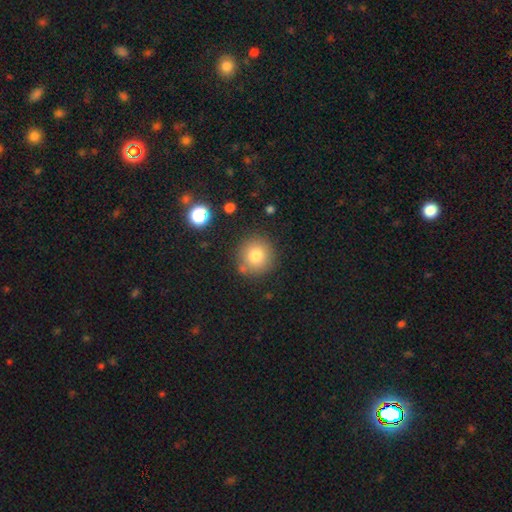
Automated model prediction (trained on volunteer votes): A smooth galaxy with no disk features (78%) that is round (93%). Merging: none (83%).